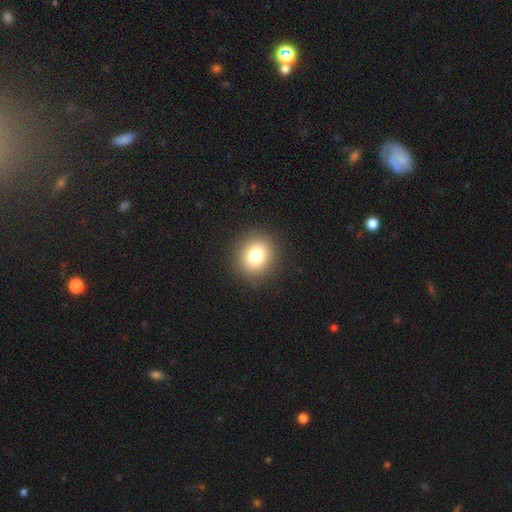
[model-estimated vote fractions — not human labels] The model was most divided on "how rounded": round: 82%, in between: 17%, cigar-shaped: 1%. More confident: merging — none (91%); smooth or featured — smooth (80%).